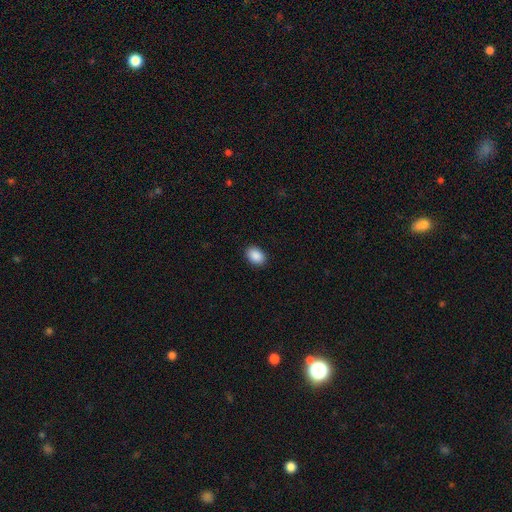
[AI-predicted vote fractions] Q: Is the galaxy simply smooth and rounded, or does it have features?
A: smooth — 90%.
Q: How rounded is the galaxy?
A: in between — 79%.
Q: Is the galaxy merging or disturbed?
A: none — 90%.